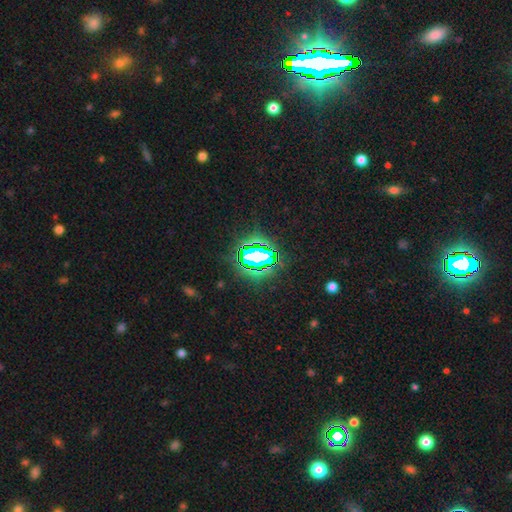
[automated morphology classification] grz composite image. It shows a star or artifact, not a galaxy (74%).